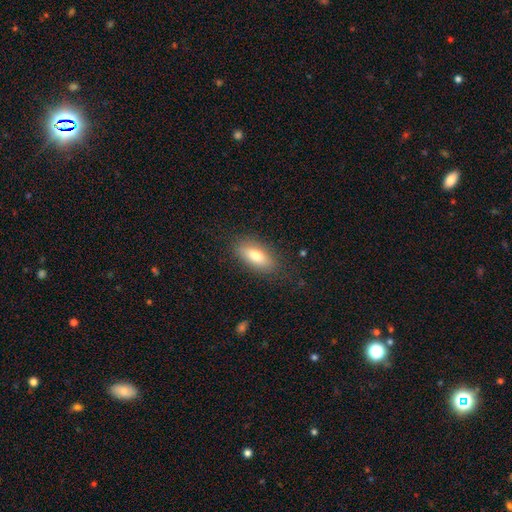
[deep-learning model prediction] Smooth or featured: smooth — 76% (featured or disk — 17%)
How rounded: in between — 81% (cigar-shaped — 15%)
Merging: none — 83% (minor disturbance — 12%)